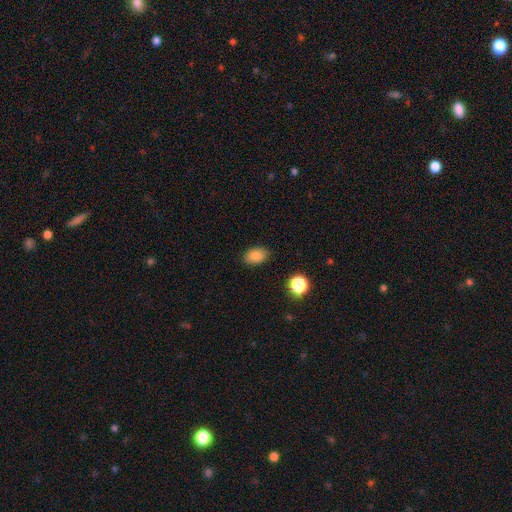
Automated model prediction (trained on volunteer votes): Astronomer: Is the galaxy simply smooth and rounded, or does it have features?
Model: smooth — 84%.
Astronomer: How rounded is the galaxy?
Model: in between — 82%.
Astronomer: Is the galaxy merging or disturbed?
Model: none — 85%.